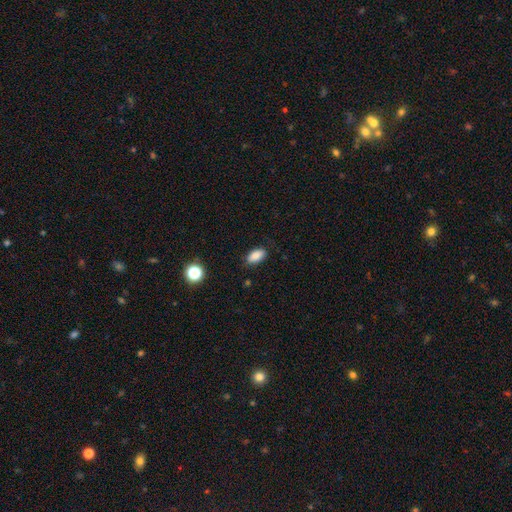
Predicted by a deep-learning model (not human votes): smooth 86%, star or artifact 9%, featured or disk 5%. Down the decision tree: how rounded — in between (91%); merging — none (82%).